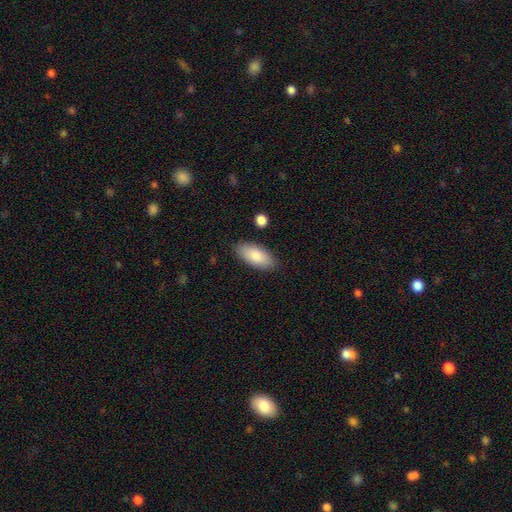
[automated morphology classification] type=smooth (84%); roundness=in between (89%); merging=none (85%).